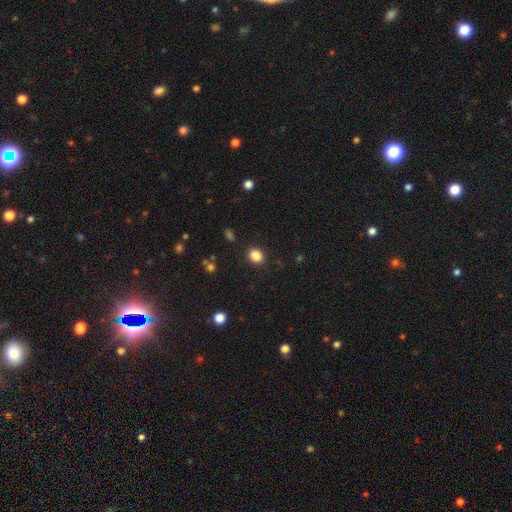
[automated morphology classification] The model was most divided on "how rounded": round: 60%, in between: 39%, cigar-shaped: 1%. More confident: merging — none (89%); smooth or featured — smooth (86%).